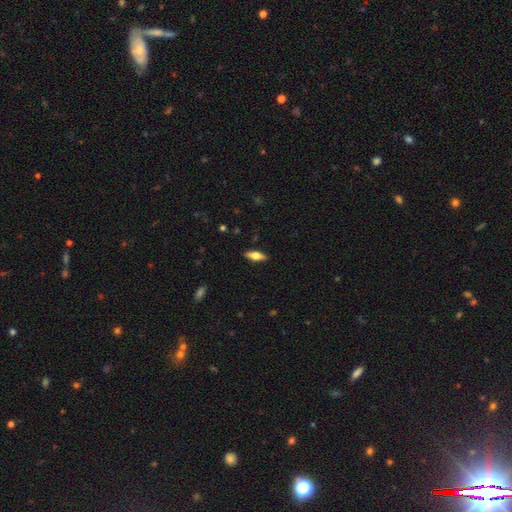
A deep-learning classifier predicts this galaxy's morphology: Overall: smooth (55%; featured or disk 38%). How rounded: in between (66%; cigar-shaped 31%). Merging: none (89%).